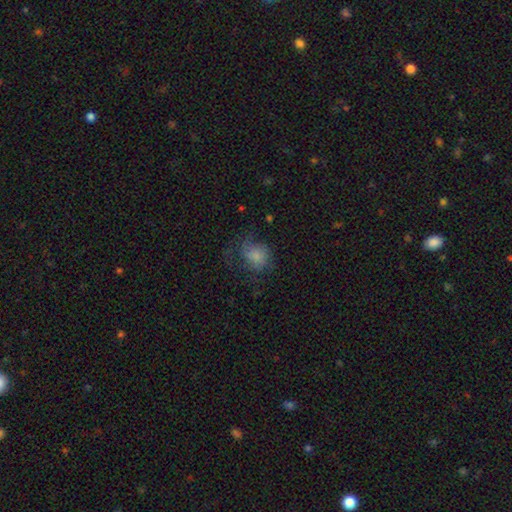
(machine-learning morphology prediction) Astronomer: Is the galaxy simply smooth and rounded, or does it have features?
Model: smooth — 70%.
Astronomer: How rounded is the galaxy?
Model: round — 66%.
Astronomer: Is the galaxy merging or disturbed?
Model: none — 46% (runner-up: major disturbance, 28%).